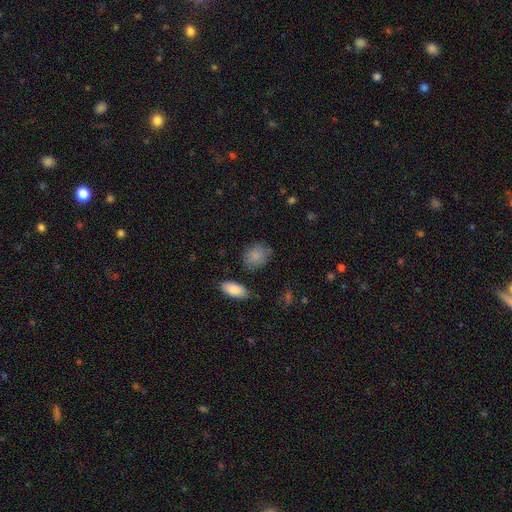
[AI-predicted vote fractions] smooth-or-featured: smooth: 86% | star or artifact: 8% | featured or disk: 6%
  how-rounded: in between: 52% | round: 47% | cigar-shaped: 2%
  merging: none: 74% | minor disturbance: 18% | major disturbance: 5% | merger: 4%